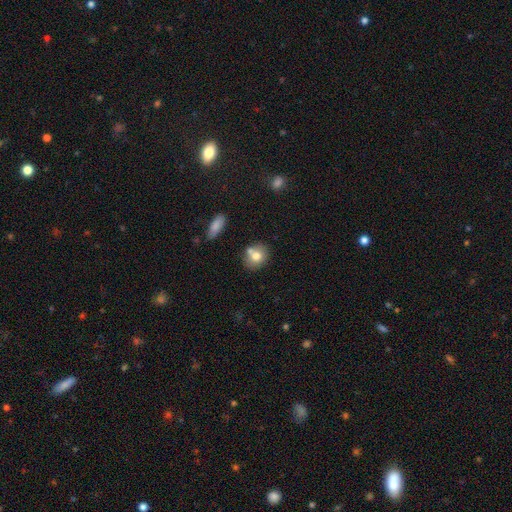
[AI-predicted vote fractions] Smooth or featured: smooth — 74% (featured or disk — 16%)
How rounded: round — 66% (in between — 32%)
Merging: none — 65% (merger — 20%)